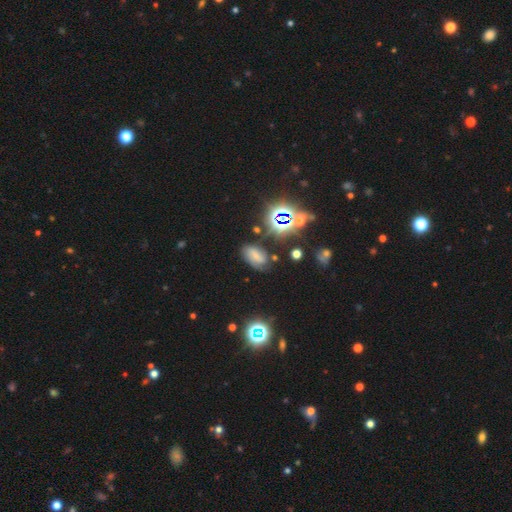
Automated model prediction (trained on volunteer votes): This appears to be a smooth galaxy with no disk features (38%). Merging: none (66%).